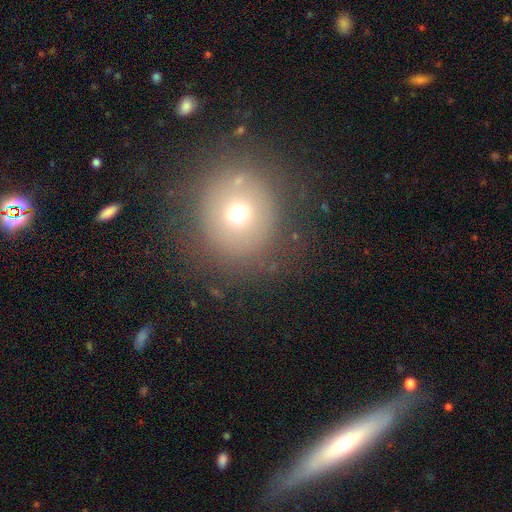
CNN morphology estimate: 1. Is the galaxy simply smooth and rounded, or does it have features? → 65% smooth, 18% featured or disk, 17% star or artifact.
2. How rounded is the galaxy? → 91% round, 8% in between, 1% cigar-shaped.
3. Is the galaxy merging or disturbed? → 79% none, 11% minor disturbance, 6% major disturbance, 3% merger.